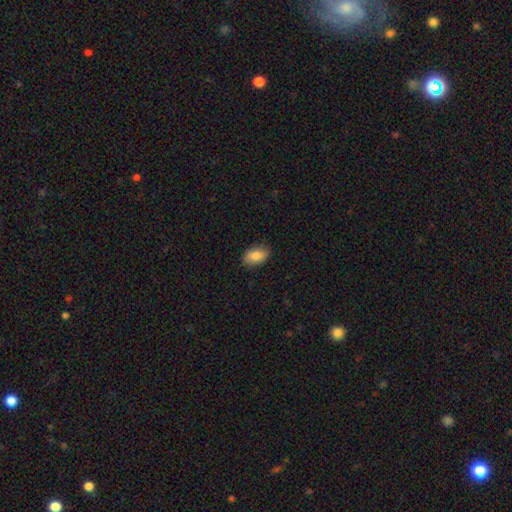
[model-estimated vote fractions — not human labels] Smooth or featured? Predicted: smooth (p=0.84). How rounded? Predicted: in between (p=0.91). Merging? Predicted: none (p=0.86).